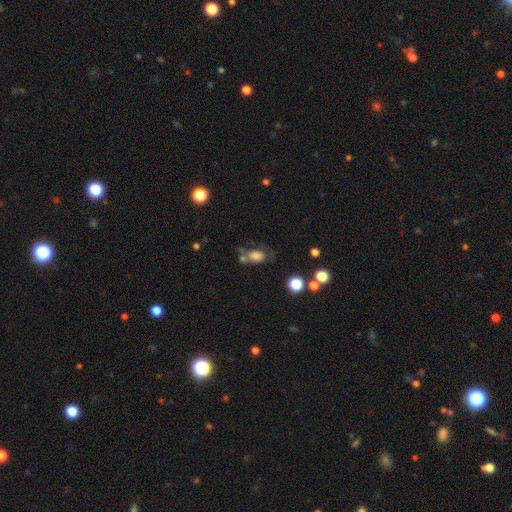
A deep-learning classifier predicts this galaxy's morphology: This is likely a smooth galaxy (72%). How rounded: likely in between (79%). Merging: marginally none (44%).